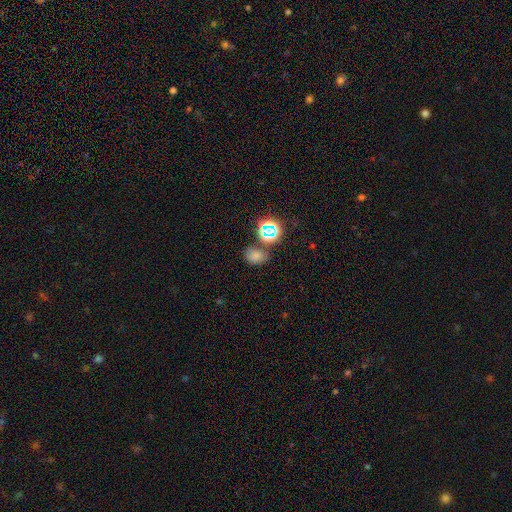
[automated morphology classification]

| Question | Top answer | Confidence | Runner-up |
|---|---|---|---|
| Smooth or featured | smooth | 68% | star or artifact (25%) |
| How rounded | in between | 61% | round (38%) |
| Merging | none | 68% | minor disturbance (15%) |